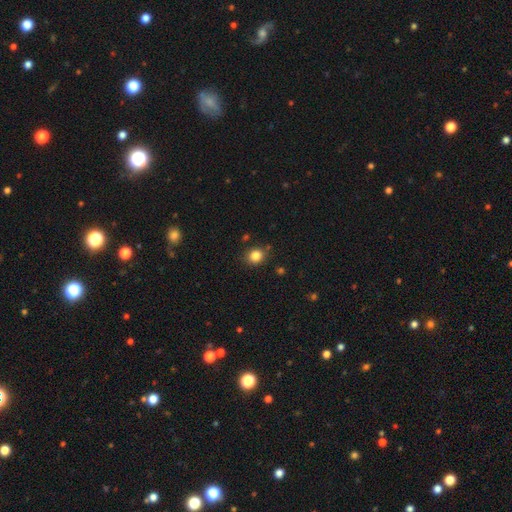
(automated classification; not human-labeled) Morphology: type=smooth (83%); roundness=round (71%); merging=none (84%).